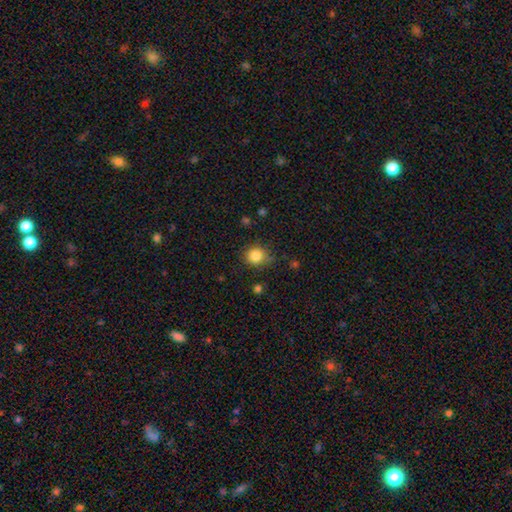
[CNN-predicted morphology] type=smooth (84%); roundness=round (86%); merging=none (80%).